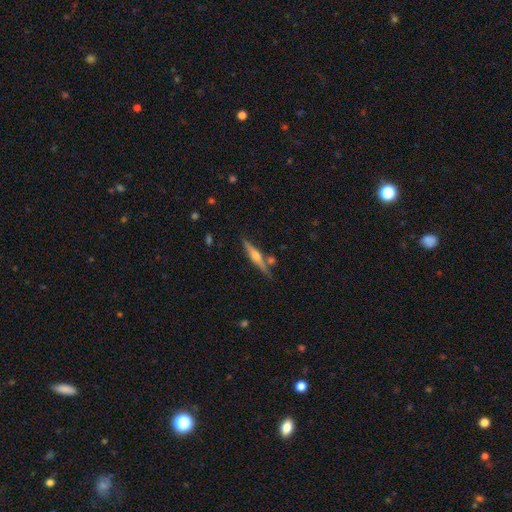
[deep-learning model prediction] A featured or disk galaxy (70%) viewed edge-on (97%) with a rounded central bulge (88%).

Vote fractions:
- Smooth or featured? featured or disk: 70% / smooth: 23% / star or artifact: 7%
- Edge-on disk? yes: 97% / no: 3%
- Edge-on bulge? rounded: 88% / boxy: 7% / none: 5%
- Merging? none: 78% / minor disturbance: 11% / merger: 8% / major disturbance: 3%